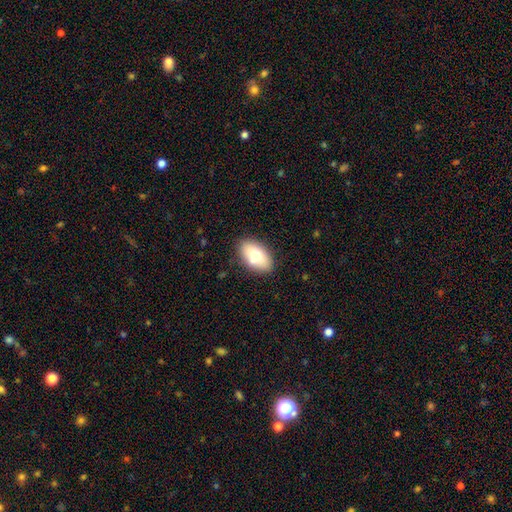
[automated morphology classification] Overall: smooth (72%). How rounded: in between (91%). Merging: none (84%).